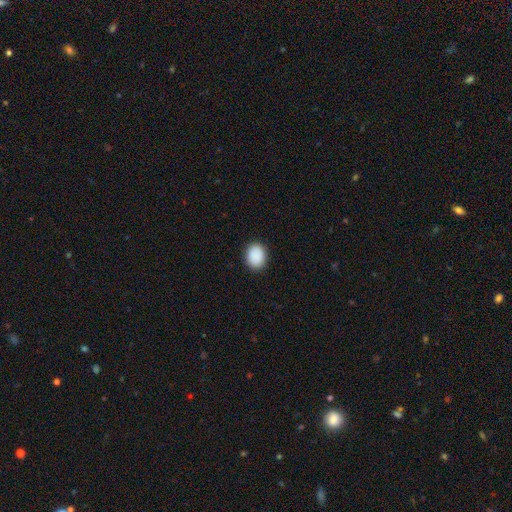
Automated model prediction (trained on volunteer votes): smooth-or-featured: smooth: 91% | star or artifact: 7% | featured or disk: 2%
  how-rounded: in between: 52% | round: 47% | cigar-shaped: 1%
  merging: none: 90% | minor disturbance: 8% | major disturbance: 2% | merger: 1%